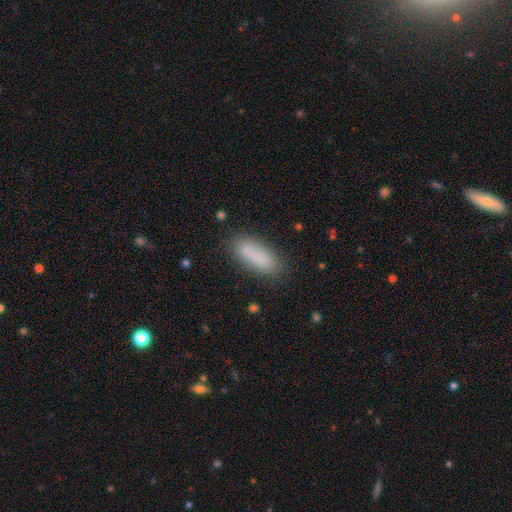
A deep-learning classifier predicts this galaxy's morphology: type=smooth (84%); roundness=in between (69%); merging=none (79%).